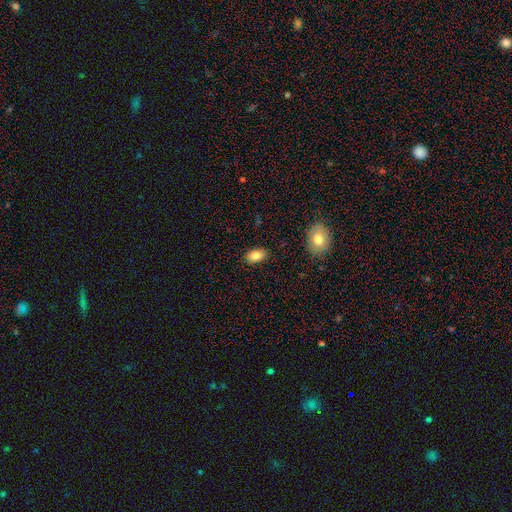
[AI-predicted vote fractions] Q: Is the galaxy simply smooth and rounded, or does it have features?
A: smooth — 85%.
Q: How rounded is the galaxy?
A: in between — 90%.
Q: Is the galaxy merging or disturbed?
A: none — 87%.